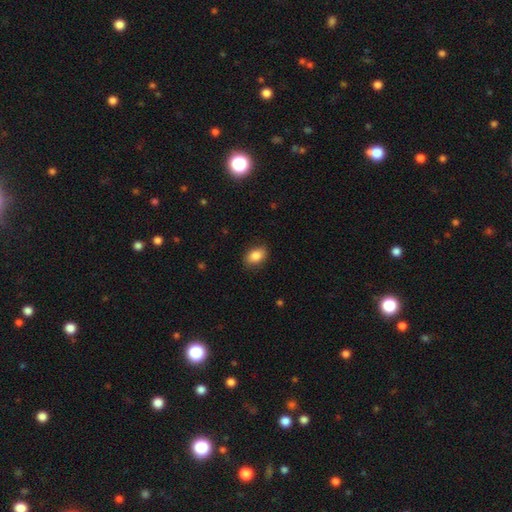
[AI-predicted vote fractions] This appears to be a smooth galaxy with no disk features (86%) that is in between round and cigar-shaped (85%). Merging: none (86%).